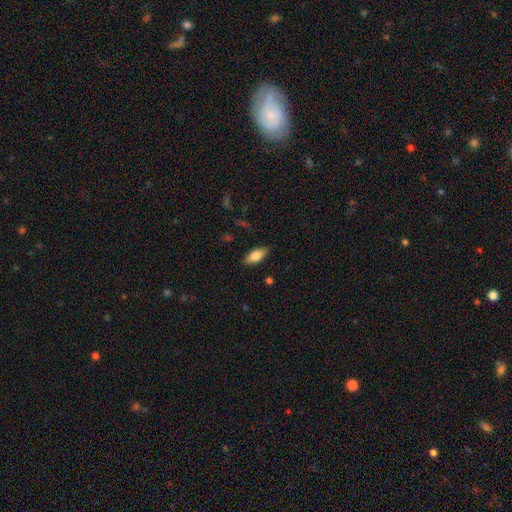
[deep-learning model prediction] smooth-or-featured: smooth: 74% | featured or disk: 20% | star or artifact: 7%
  how-rounded: in between: 82% | cigar-shaped: 16% | round: 3%
  merging: none: 86% | minor disturbance: 10% | major disturbance: 2% | merger: 1%